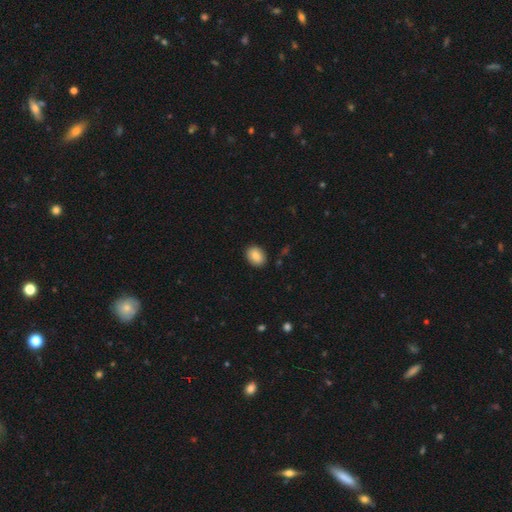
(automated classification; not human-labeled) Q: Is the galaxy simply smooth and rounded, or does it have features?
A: smooth — 87%.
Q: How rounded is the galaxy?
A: in between — 74%.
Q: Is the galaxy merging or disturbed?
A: none — 90%.